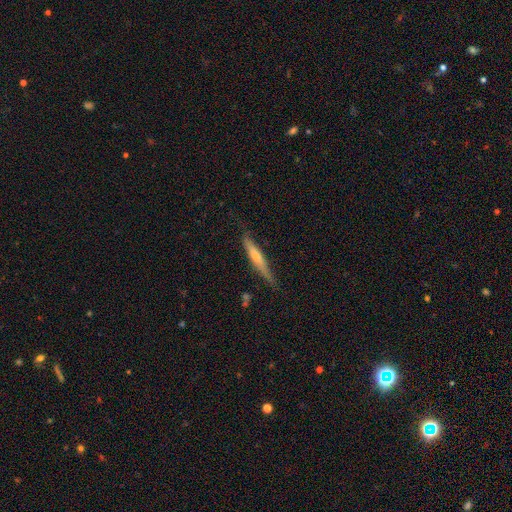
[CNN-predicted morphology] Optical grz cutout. It shows a featured or disk galaxy (56%) viewed edge-on (92%) with a rounded central bulge (68%). Merging: none (75%).